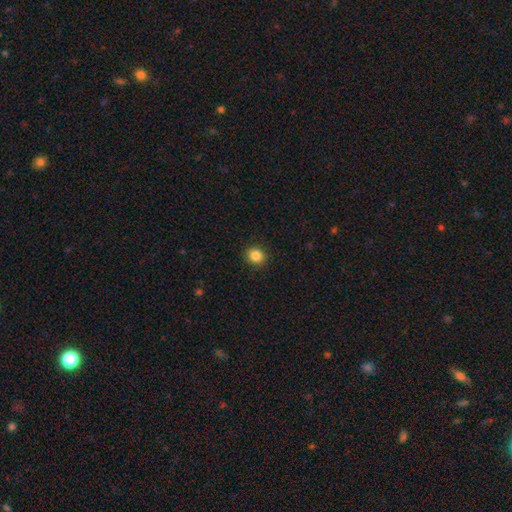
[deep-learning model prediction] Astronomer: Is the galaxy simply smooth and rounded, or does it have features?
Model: smooth — 85%.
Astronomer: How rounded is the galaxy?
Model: round — 80%.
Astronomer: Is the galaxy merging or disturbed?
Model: none — 91%.